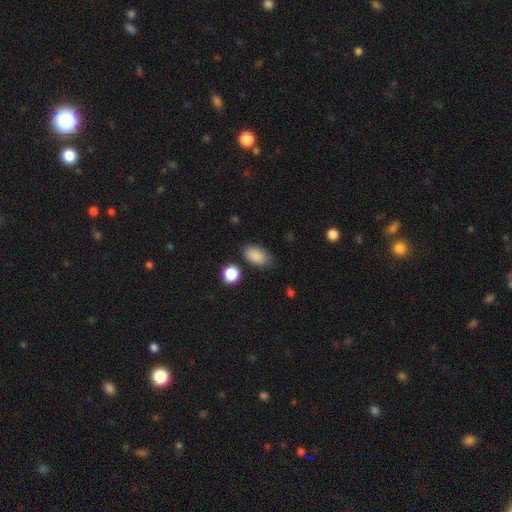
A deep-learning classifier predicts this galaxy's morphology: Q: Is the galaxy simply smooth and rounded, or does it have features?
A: smooth — 87%.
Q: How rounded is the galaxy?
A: in between — 91%.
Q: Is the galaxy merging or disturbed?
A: none — 76%.